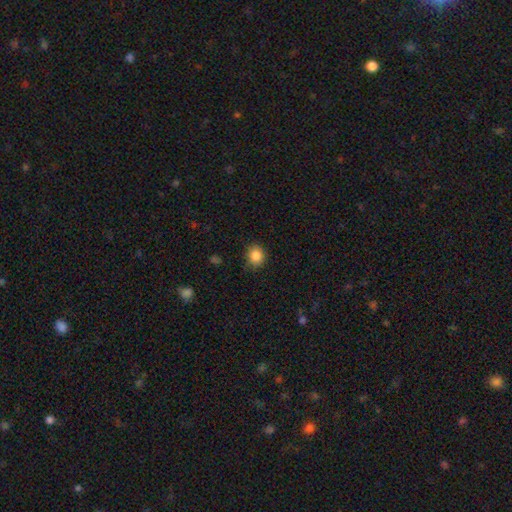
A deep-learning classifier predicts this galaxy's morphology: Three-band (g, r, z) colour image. It shows a smooth galaxy with no disk features (86%) that is round (80%). Merging: none (81%).